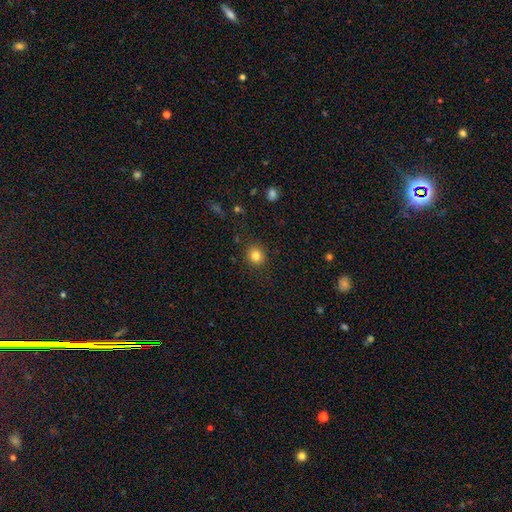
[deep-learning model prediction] smooth-or-featured: smooth: 83% | star or artifact: 11% | featured or disk: 6%
  how-rounded: round: 82% | in between: 17% | cigar-shaped: 1%
  merging: none: 88% | minor disturbance: 8% | major disturbance: 3% | merger: 1%